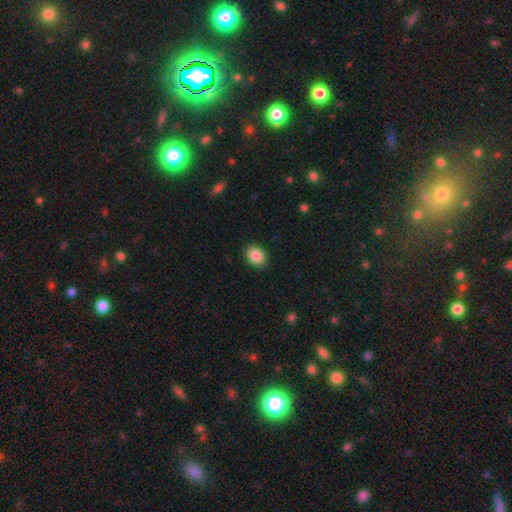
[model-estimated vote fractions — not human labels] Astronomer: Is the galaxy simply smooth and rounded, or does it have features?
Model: smooth — 86%.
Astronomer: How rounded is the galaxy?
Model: in between — 61% (runner-up: round, 38%).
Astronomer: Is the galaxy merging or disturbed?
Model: none — 89%.